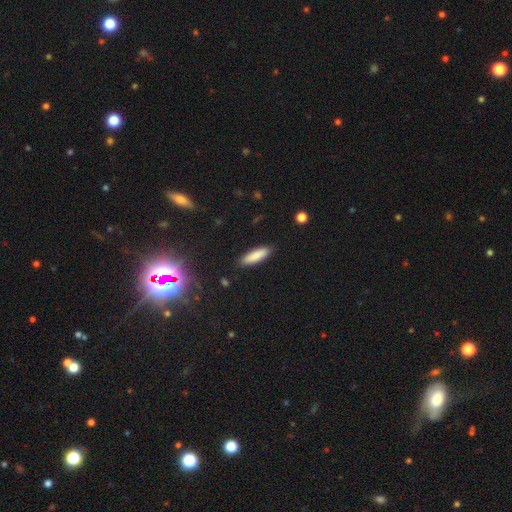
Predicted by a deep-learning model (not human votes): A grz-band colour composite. It shows a smooth galaxy with no disk features (85%) that is cigar-shaped (59%). Merging: none (88%).